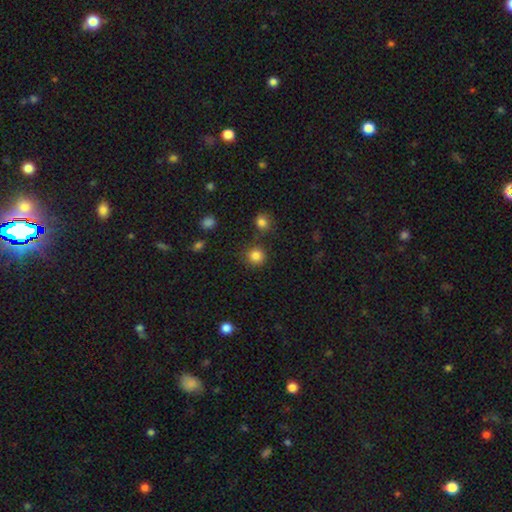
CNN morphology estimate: Smooth or featured?
  - smooth: 84% *
  - star or artifact: 12%
  - featured or disk: 4%
How rounded?
  - round: 91% *
  - in between: 8%
  - cigar-shaped: 1%
Merging?
  - none: 81% *
  - minor disturbance: 9%
  - merger: 7%
  - major disturbance: 3%